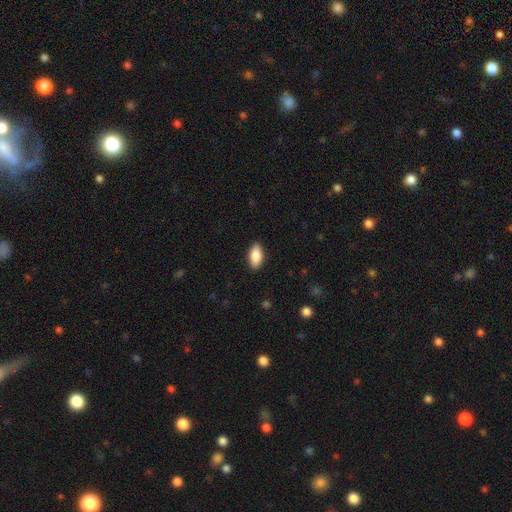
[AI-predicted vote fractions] Overall: smooth (86%). How rounded: in between (91%). Merging: none (89%).